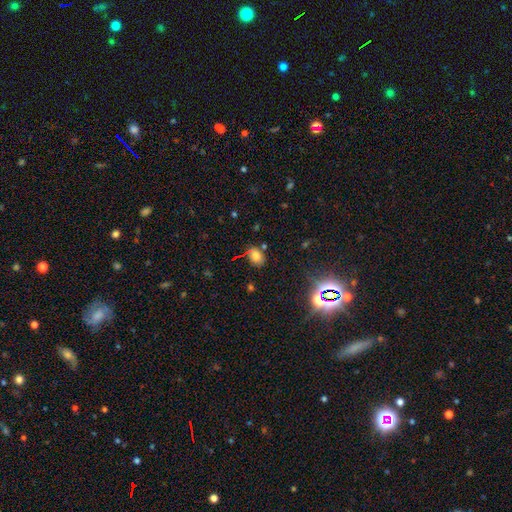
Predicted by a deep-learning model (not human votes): Morphology: type=smooth (68%); roundness=in between (63%); merging=none (64%).